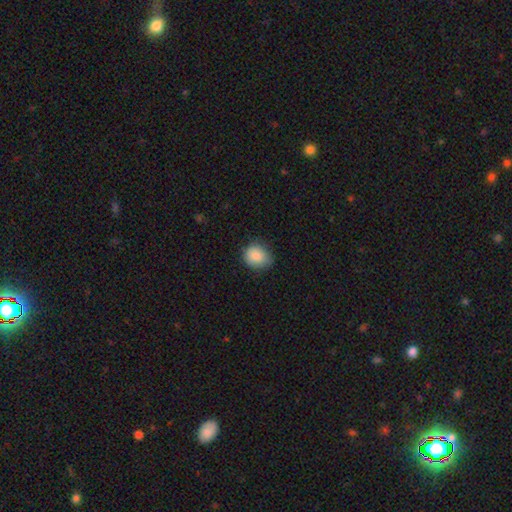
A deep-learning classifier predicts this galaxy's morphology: smooth_or_featured: smooth (p=0.88) [alt: star or artifact p=0.08]
how_rounded: round (p=0.71) [alt: in between p=0.28]
merging: none (p=0.71) [alt: minor disturbance p=0.24]